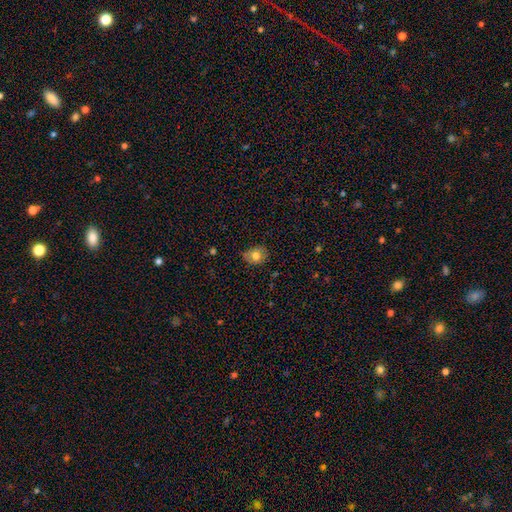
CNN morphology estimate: This appears to be a smooth galaxy with no disk features (76%) that is in between round and cigar-shaped (50%). Merging: none (76%).